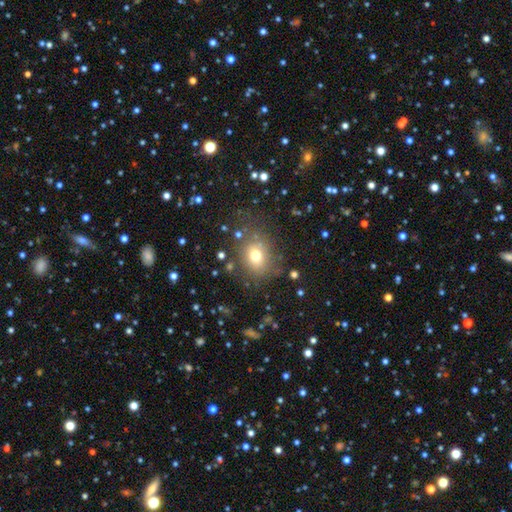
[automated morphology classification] This is likely a smooth galaxy (71%). How rounded: possibly round (56%). Merging: likely none (73%).